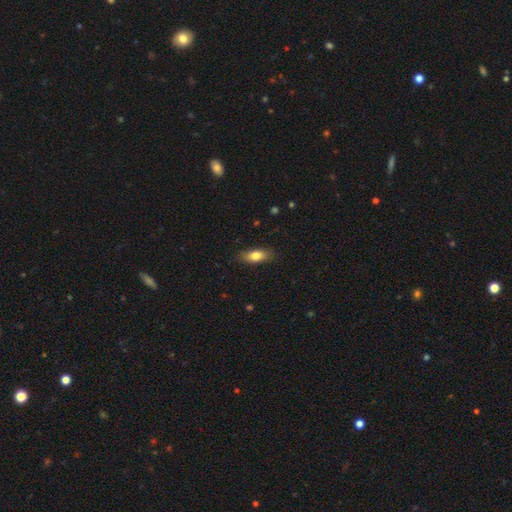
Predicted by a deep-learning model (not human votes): Smooth or featured: smooth — 78% (featured or disk — 15%)
How rounded: in between — 76% (cigar-shaped — 20%)
Merging: none — 84% (minor disturbance — 12%)